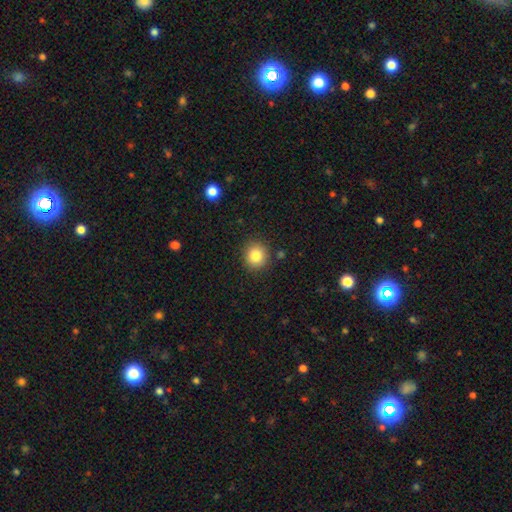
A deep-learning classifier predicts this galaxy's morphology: A smooth galaxy with no disk features (83%) that is round (89%). Merging: none (88%).